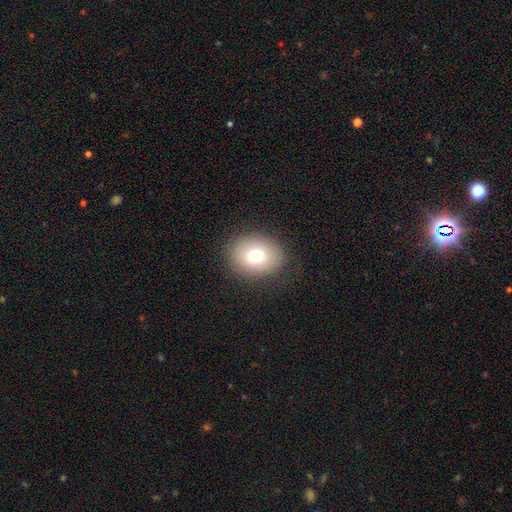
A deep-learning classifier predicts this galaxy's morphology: Smooth or featured? Predicted: smooth (p=0.74). How rounded? Predicted: round (p=0.54). Merging? Predicted: none (p=0.85).